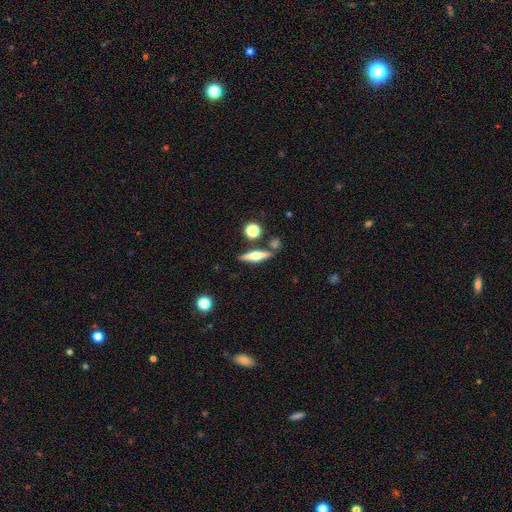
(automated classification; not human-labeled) A featured or disk galaxy (57%) viewed edge-on (95%) with a rounded central bulge (88%).

Vote fractions:
- Smooth or featured? featured or disk: 57% / smooth: 35% / star or artifact: 8%
- Edge-on disk? yes: 95% / no: 5%
- Edge-on bulge? rounded: 88% / boxy: 7% / none: 5%
- Merging? none: 79% / minor disturbance: 10% / merger: 8% / major disturbance: 3%